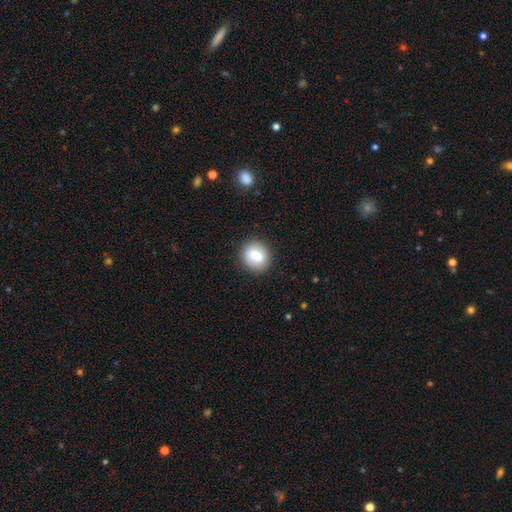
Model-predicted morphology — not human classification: This is likely a smooth galaxy (76%). How rounded: likely round (67%). Merging: clearly none (88%).